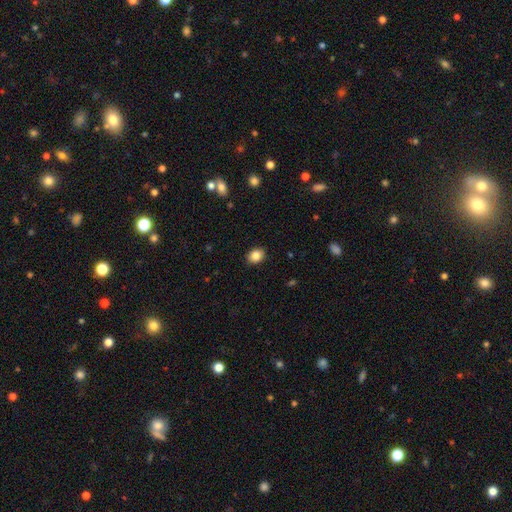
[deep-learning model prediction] Smooth or featured? smooth (85%)
How rounded? in between (59%)
Merging? none (89%)